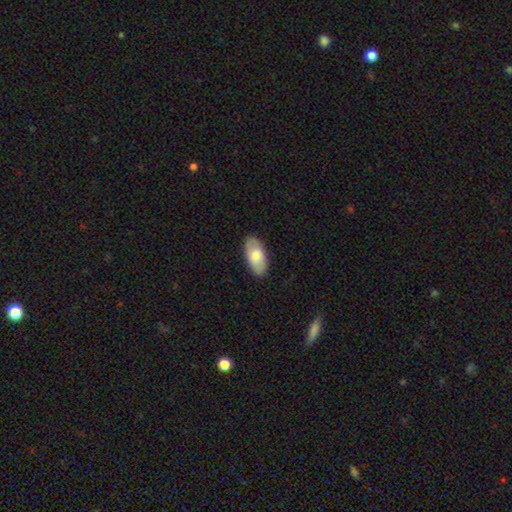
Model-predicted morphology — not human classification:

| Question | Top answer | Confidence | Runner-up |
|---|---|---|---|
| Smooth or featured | smooth | 71% | featured or disk (23%) |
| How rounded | in between | 94% | cigar-shaped (4%) |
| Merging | none | 85% | minor disturbance (11%) |